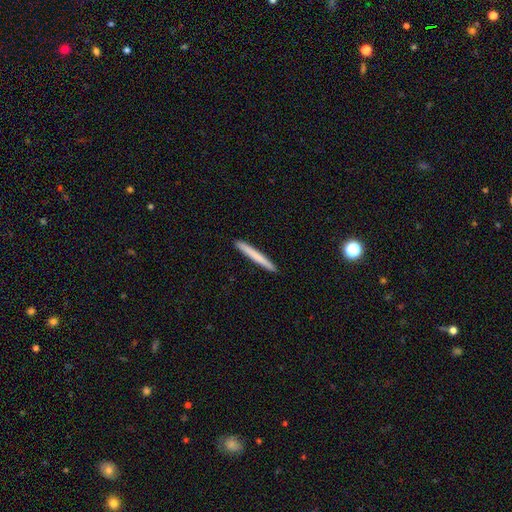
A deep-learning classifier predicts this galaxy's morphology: The model was most divided on "smooth or featured": smooth: 71%, featured or disk: 24%, star or artifact: 6%. More confident: how rounded — cigar-shaped (97%); merging — none (93%).